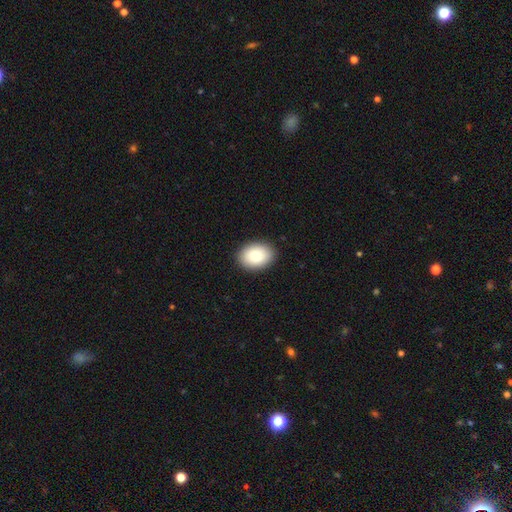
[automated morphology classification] type=smooth (81%); roundness=in between (75%); merging=none (90%).